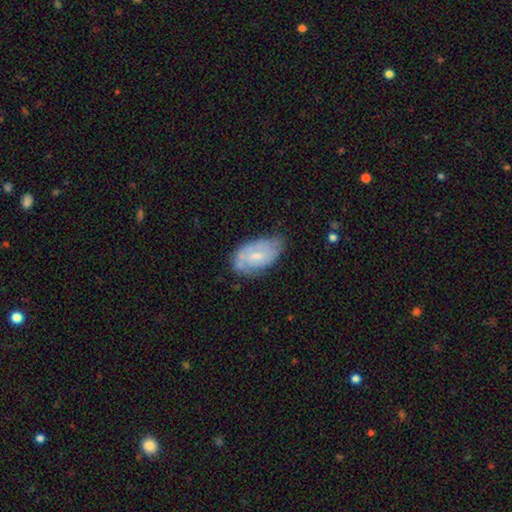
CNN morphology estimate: featured or disk 55%, smooth 39%, star or artifact 7%. Down the decision tree: edge-on disk — no (95%); bar — no (48%); spiral arms — yes (69%); bulge size — small (51%); merging — none (55%).